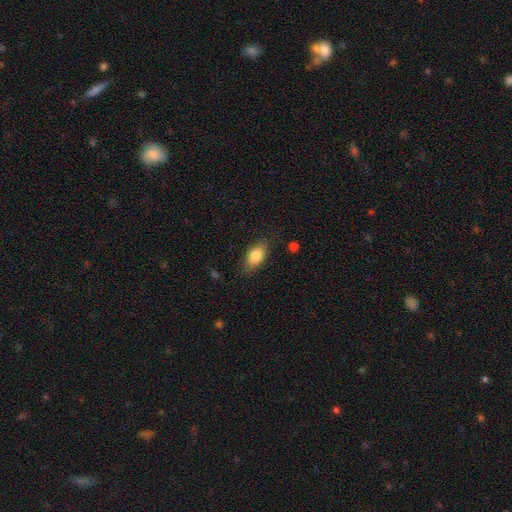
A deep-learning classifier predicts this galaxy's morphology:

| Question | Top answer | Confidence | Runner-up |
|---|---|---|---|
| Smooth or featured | smooth | 82% | featured or disk (11%) |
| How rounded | in between | 89% | cigar-shaped (6%) |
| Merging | none | 81% | minor disturbance (14%) |